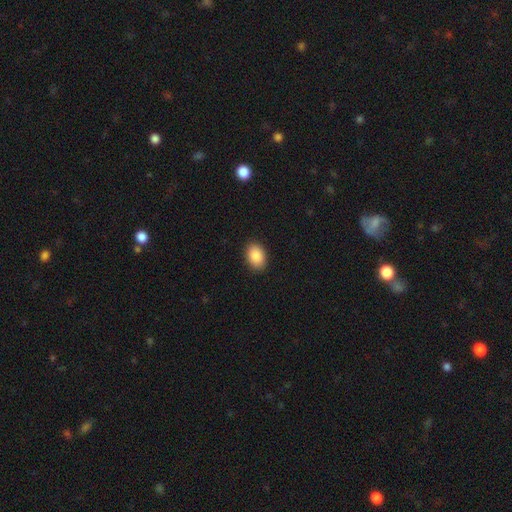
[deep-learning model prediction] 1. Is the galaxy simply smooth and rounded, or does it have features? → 89% smooth, 7% star or artifact, 4% featured or disk.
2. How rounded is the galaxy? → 84% in between, 15% round, 1% cigar-shaped.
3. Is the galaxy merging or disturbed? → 90% none, 7% minor disturbance, 2% major disturbance, 1% merger.